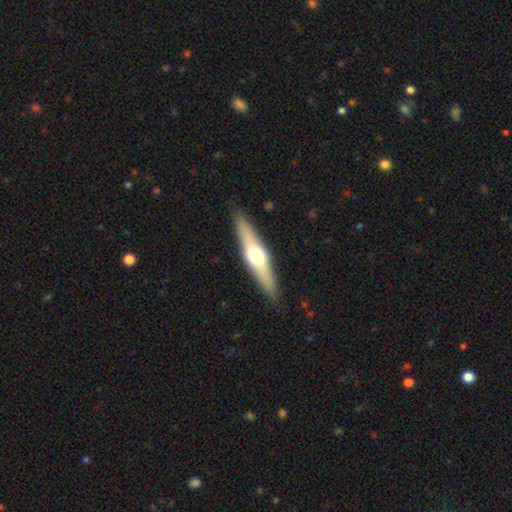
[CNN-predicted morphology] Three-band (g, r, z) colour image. It shows a featured or disk galaxy (58%) viewed edge-on (93%) with a rounded central bulge (92%). Merging: none (89%).